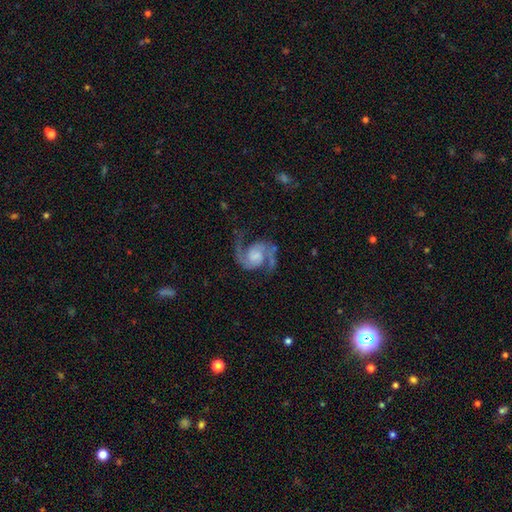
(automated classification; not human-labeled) Smooth or featured? Predicted: featured or disk (p=0.92). Edge-on disk? Predicted: no (p=0.98). Bar? Predicted: no (p=0.61). Spiral arms? Predicted: yes (p=0.98). Spiral winding? Predicted: medium (p=0.59). Spiral arm count? Predicted: 2 (p=0.94). Bulge size? Predicted: none (p=0.30). Merging? Predicted: none (p=0.75).